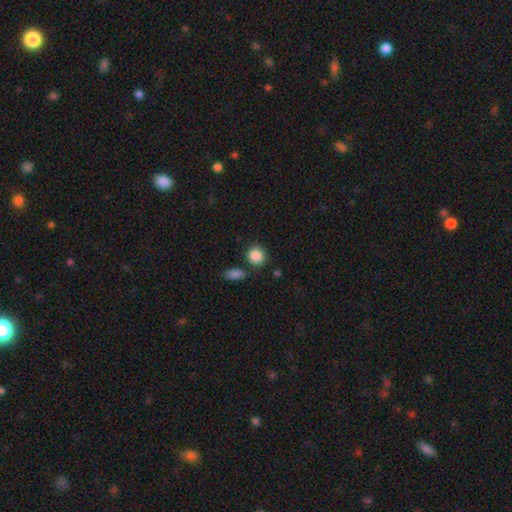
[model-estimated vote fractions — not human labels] Q: Smooth or featured?
A: smooth (87%); runner-up: star or artifact (8%)
Q: How rounded?
A: round (85%); runner-up: in between (14%)
Q: Merging?
A: none (79%); runner-up: minor disturbance (11%)